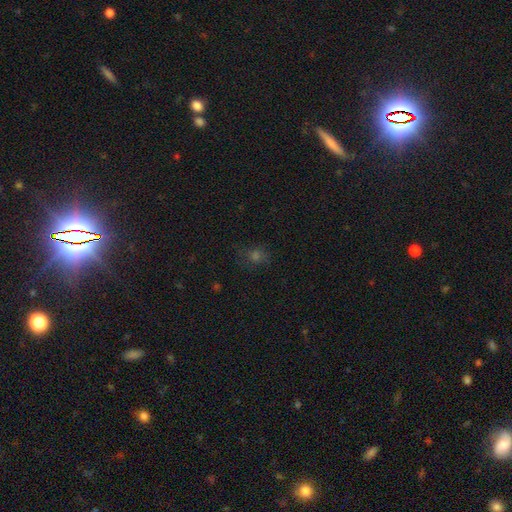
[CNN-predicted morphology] smooth-or-featured: smooth: 55% | star or artifact: 35% | featured or disk: 10%
  how-rounded: round: 73% | in between: 25% | cigar-shaped: 1%
  merging: none: 79% | minor disturbance: 14% | major disturbance: 6% | merger: 2%